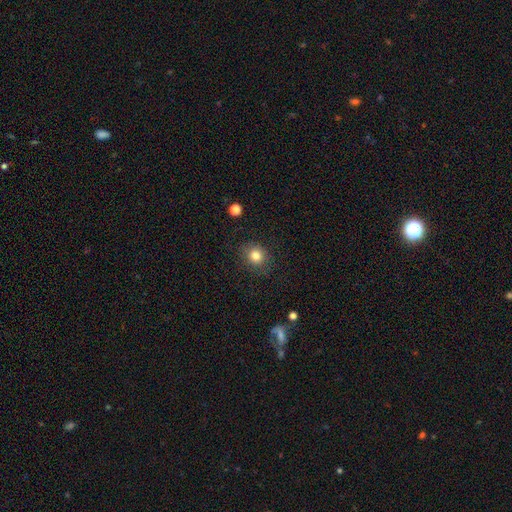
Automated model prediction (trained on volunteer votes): Q: Smooth or featured?
A: smooth (82%); runner-up: star or artifact (11%)
Q: How rounded?
A: round (80%); runner-up: in between (19%)
Q: Merging?
A: none (86%); runner-up: minor disturbance (10%)